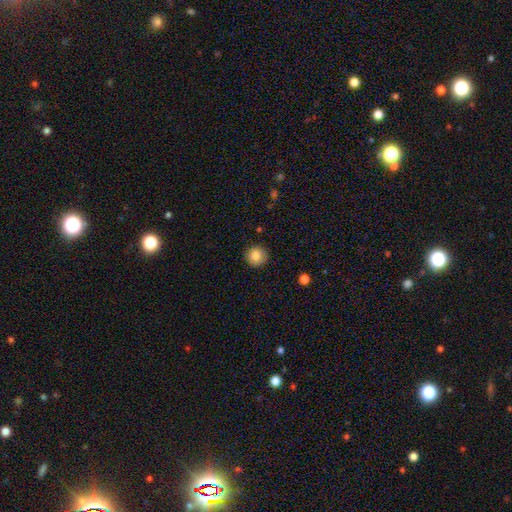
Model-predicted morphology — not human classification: smooth_or_featured: smooth (p=0.83) [alt: star or artifact p=0.09]
how_rounded: round (p=0.94) [alt: in between p=0.05]
merging: none (p=0.90) [alt: minor disturbance p=0.07]